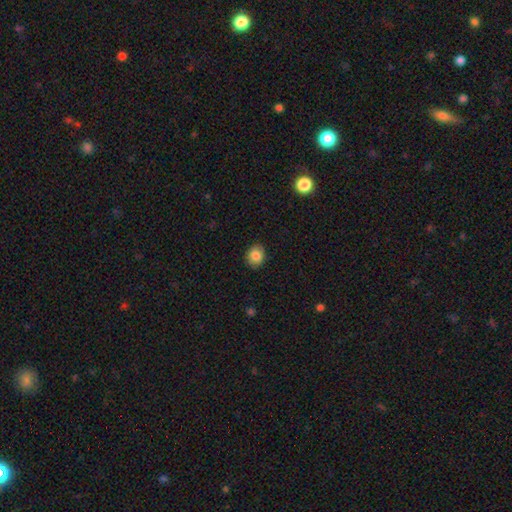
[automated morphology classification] type=smooth (84%); roundness=round (60%); merging=none (87%).